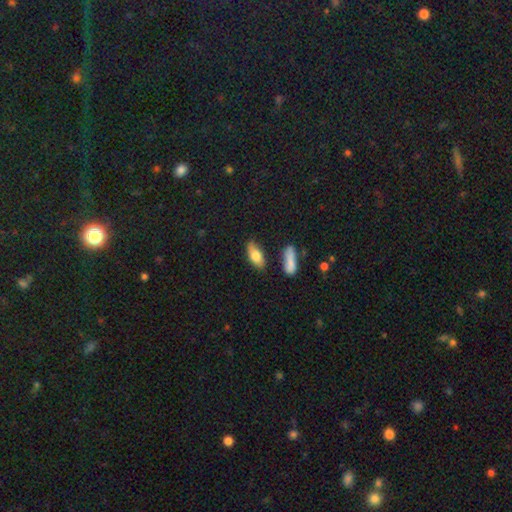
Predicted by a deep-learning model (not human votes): Q: Smooth or featured?
A: smooth (75%); runner-up: featured or disk (18%)
Q: How rounded?
A: in between (82%); runner-up: cigar-shaped (14%)
Q: Merging?
A: none (75%); runner-up: minor disturbance (17%)